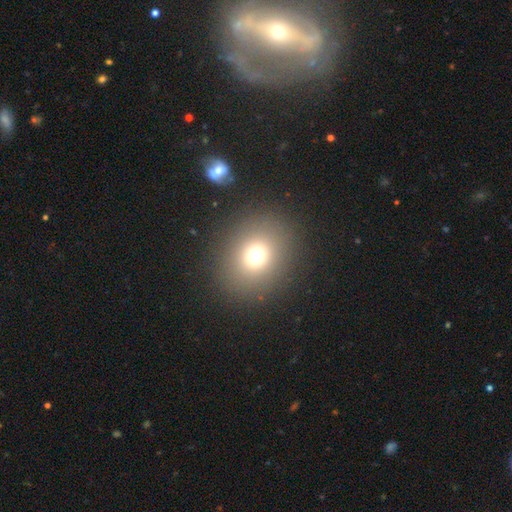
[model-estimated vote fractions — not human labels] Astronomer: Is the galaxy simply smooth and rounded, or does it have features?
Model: smooth — 70%.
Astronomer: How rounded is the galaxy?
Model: round — 69%.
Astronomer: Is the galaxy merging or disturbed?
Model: none — 88%.